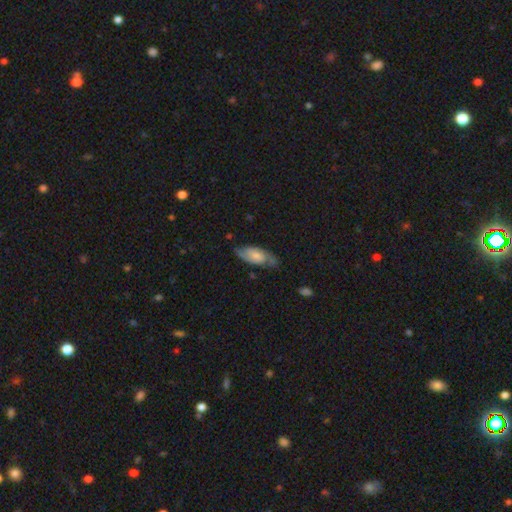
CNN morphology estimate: Smooth or featured? featured or disk (58%)
Edge-on disk? no (89%)
Bar? no (56%)
Spiral arms? yes (89%)
Bulge size? moderate (37%)
Merging? none (70%)